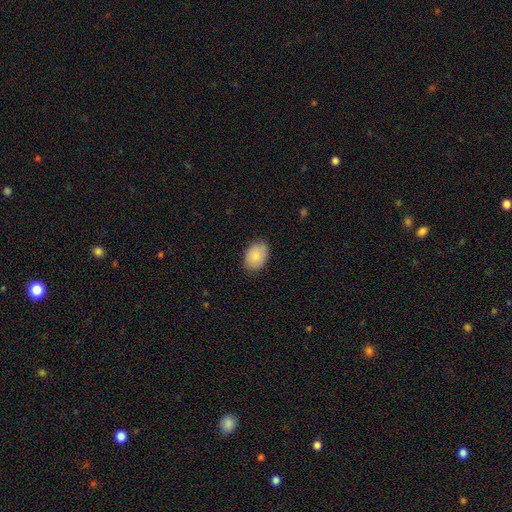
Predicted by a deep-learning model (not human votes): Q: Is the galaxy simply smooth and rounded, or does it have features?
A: smooth — 86%.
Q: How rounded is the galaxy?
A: in between — 79%.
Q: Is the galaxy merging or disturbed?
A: none — 84%.